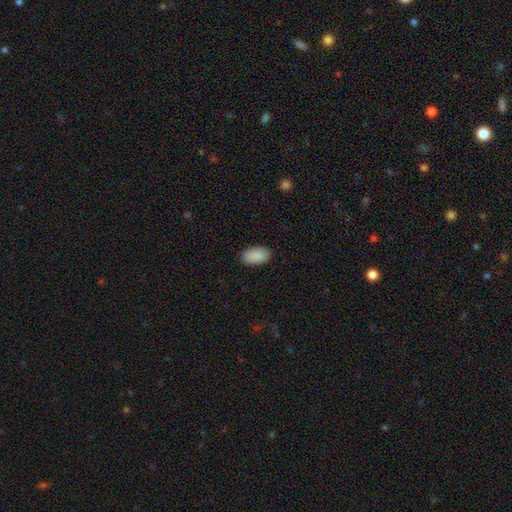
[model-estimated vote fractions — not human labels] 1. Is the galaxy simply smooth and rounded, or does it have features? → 91% smooth, 6% star or artifact, 3% featured or disk.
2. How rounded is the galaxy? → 94% in between, 4% round, 1% cigar-shaped.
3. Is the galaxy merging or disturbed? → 88% none, 9% minor disturbance, 2% major disturbance, 1% merger.